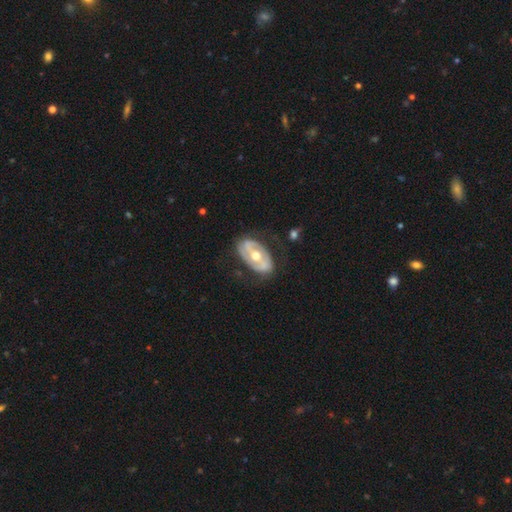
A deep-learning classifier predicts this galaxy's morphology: This appears to be a featured or disk galaxy (73%) with no bar (41%), spiral arms (55%) and a moderate central bulge (77%). Merging: none (70%).